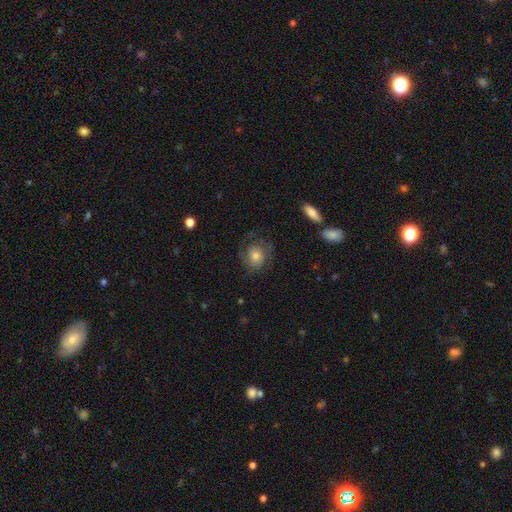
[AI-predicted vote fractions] featured or disk 48%, smooth 42%, star or artifact 10%. Down the decision tree: merging — none (69%).